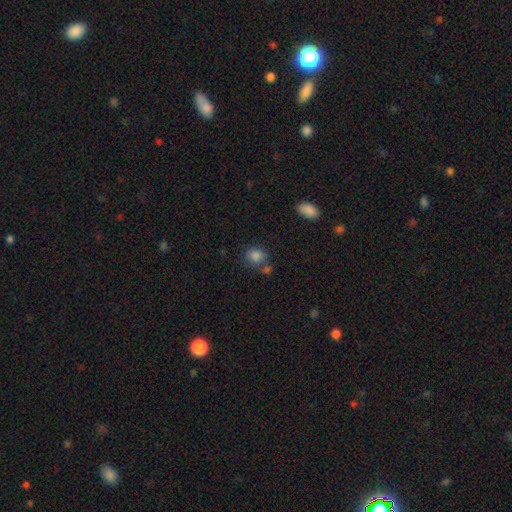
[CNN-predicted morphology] Smooth or featured? Predicted: smooth (p=0.84). How rounded? Predicted: round (p=0.71). Merging? Predicted: none (p=0.62).